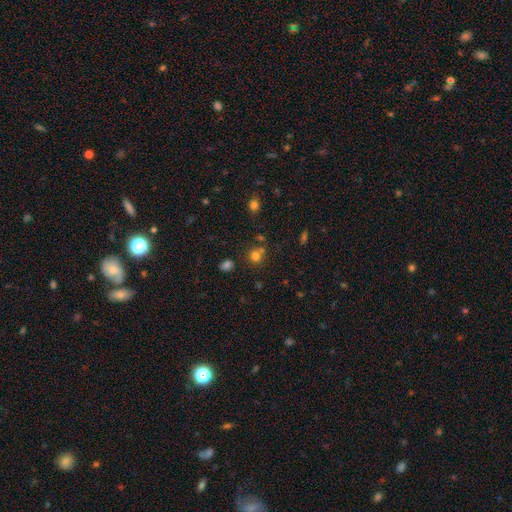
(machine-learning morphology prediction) Smooth or featured: smooth — 75% (star or artifact — 18%)
How rounded: round — 84% (in between — 15%)
Merging: none — 66% (merger — 20%)